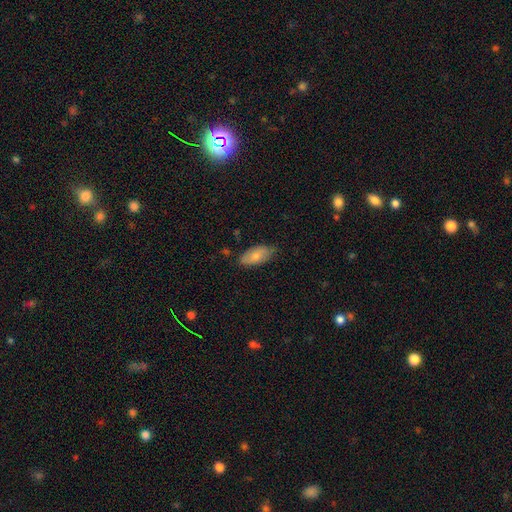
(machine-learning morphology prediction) Smooth or featured? Predicted: smooth (p=0.77). How rounded? Predicted: in between (p=0.92). Merging? Predicted: none (p=0.74).